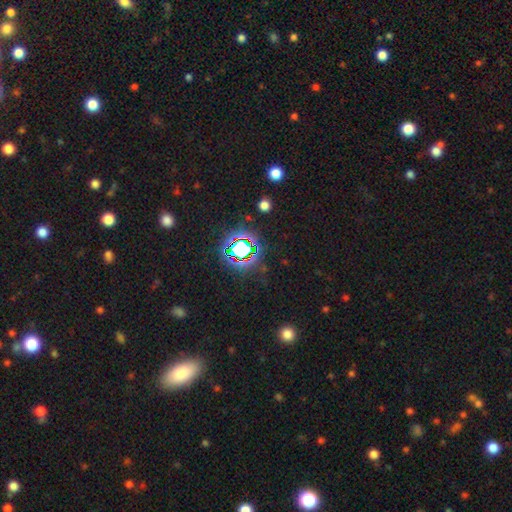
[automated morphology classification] star or artifact 70%, smooth 21%, featured or disk 9%.